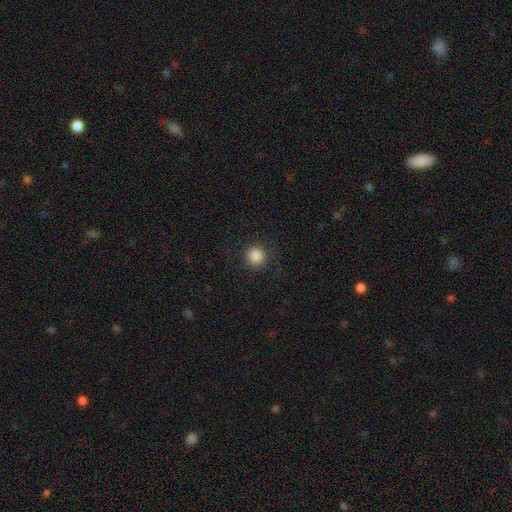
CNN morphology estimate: smooth 85%, star or artifact 10%, featured or disk 4%. Down the decision tree: how rounded — round (95%); merging — none (88%).